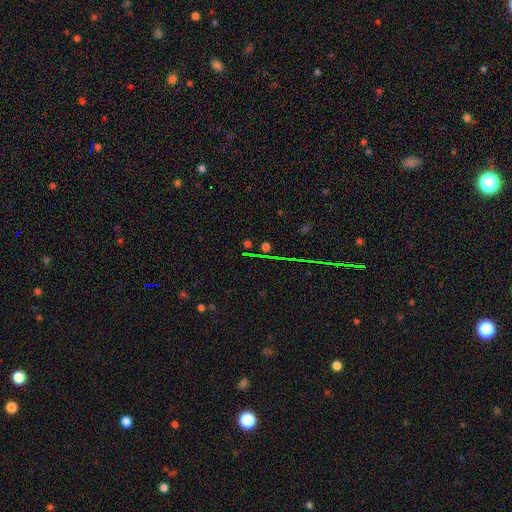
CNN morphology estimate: Q: Smooth or featured?
A: star or artifact (72%); runner-up: smooth (16%)